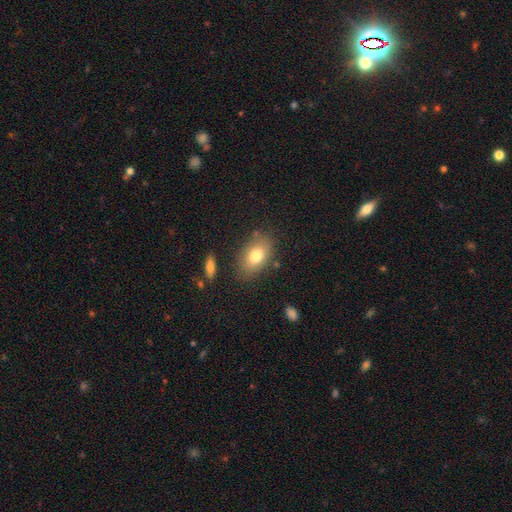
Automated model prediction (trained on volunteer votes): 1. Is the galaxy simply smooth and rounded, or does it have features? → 77% smooth, 14% featured or disk, 9% star or artifact.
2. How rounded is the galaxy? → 86% in between, 12% round, 2% cigar-shaped.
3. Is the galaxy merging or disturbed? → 78% none, 14% minor disturbance, 4% major disturbance, 4% merger.